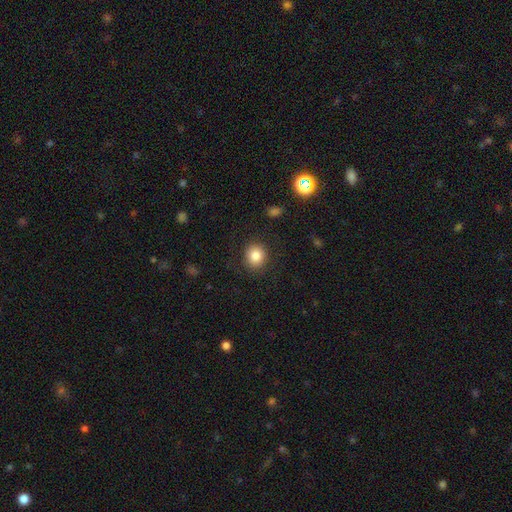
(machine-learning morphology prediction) This is clearly a smooth galaxy (84%). How rounded: clearly round (84%). Merging: clearly none (88%).